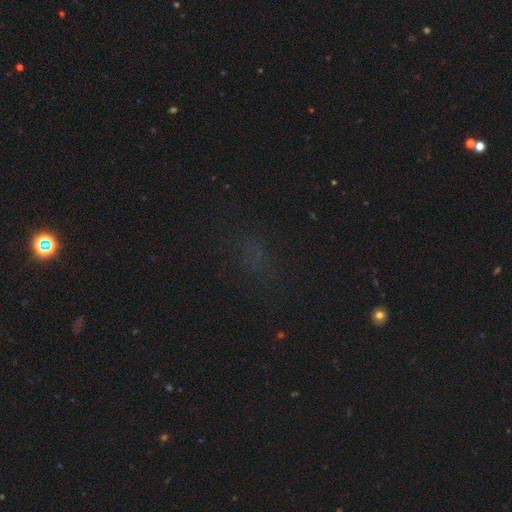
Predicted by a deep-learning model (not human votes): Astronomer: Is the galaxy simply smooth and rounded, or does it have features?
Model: star or artifact — 53% (runner-up: smooth, 35%).